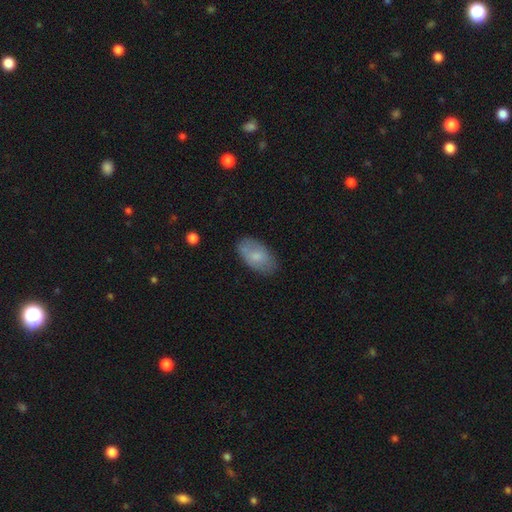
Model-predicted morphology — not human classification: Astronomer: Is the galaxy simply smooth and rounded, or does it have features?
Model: smooth — 73%.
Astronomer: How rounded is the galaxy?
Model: in between — 94%.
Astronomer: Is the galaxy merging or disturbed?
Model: none — 78%.